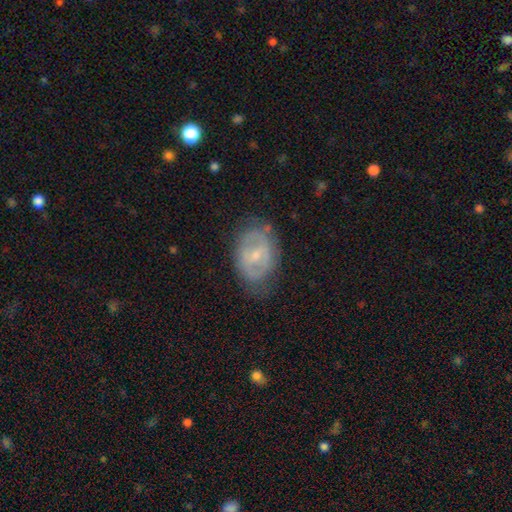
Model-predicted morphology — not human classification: Q: Smooth or featured?
A: featured or disk (63%); runner-up: smooth (30%)
Q: Edge-on disk?
A: no (94%); runner-up: yes (6%)
Q: Bar?
A: weak (43%); runner-up: no (33%)
Q: Spiral arms?
A: no (62%); runner-up: yes (38%)
Q: Bulge size?
A: small (57%); runner-up: moderate (37%)
Q: Merging?
A: none (67%); runner-up: minor disturbance (22%)